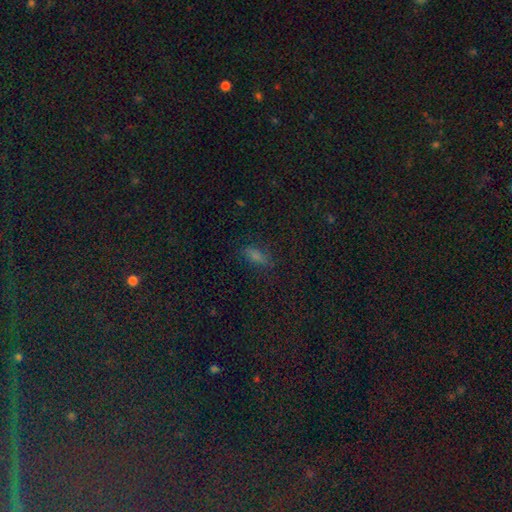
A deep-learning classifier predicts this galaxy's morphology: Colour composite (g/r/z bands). It shows a smooth galaxy with no disk features (57%) that is in between round and cigar-shaped (66%). Merging: none (79%).